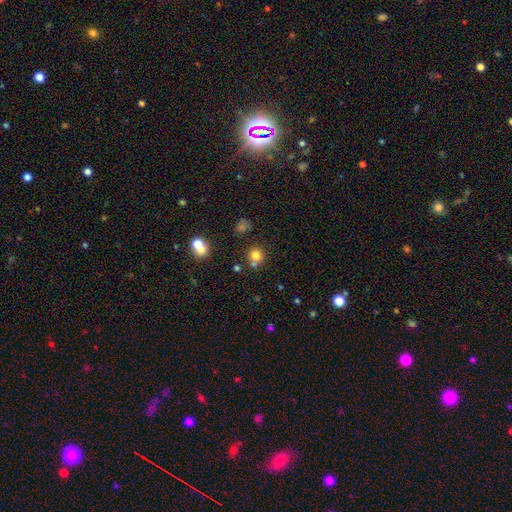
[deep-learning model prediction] smooth 77%, star or artifact 15%, featured or disk 8%. Down the decision tree: how rounded — round (89%); merging — none (64%).